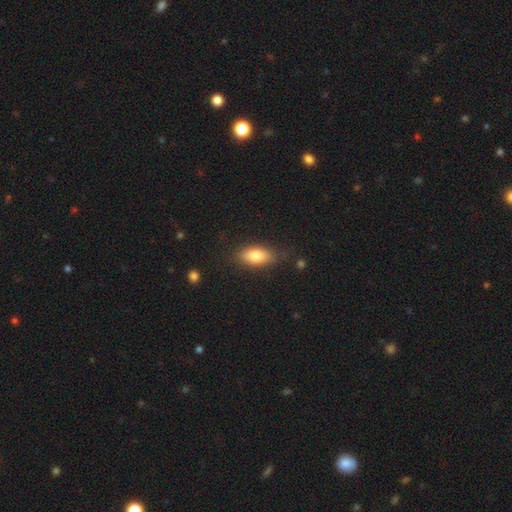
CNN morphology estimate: Smooth or featured?
  - smooth: 81% *
  - featured or disk: 12%
  - star or artifact: 7%
How rounded?
  - in between: 86% *
  - cigar-shaped: 9%
  - round: 4%
Merging?
  - none: 75% *
  - minor disturbance: 18%
  - major disturbance: 5%
  - merger: 2%